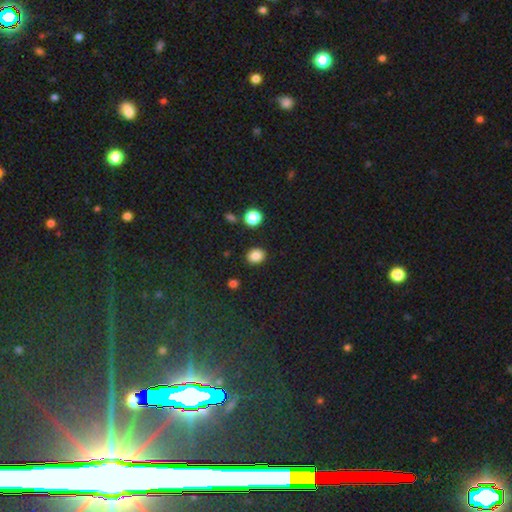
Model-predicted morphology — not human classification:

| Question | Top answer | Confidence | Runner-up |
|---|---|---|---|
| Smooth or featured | smooth | 85% | star or artifact (11%) |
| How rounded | round | 62% | in between (37%) |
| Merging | none | 88% | minor disturbance (7%) |